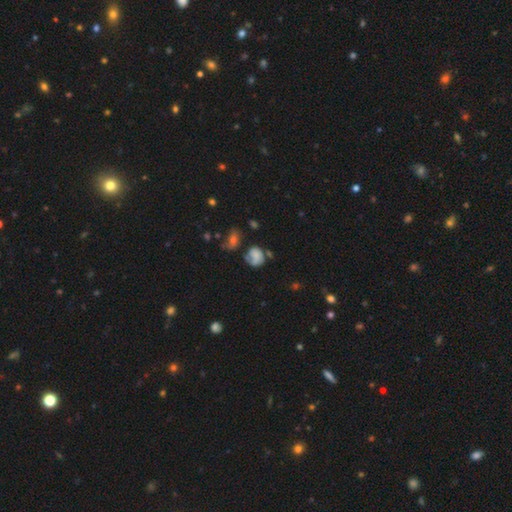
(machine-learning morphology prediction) smooth 57%, featured or disk 32%, star or artifact 11%. Down the decision tree: how rounded — round (57%); merging — none (40%).